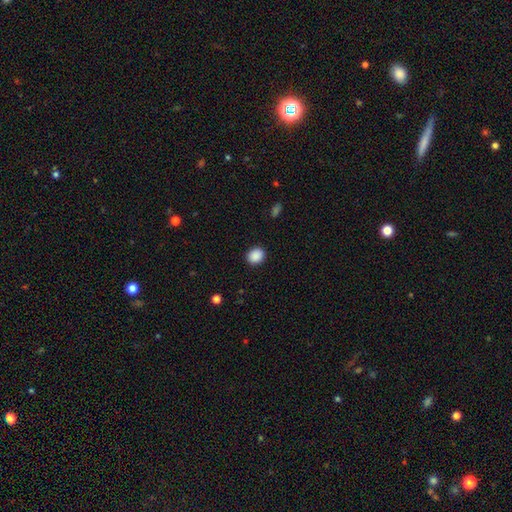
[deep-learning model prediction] smooth-or-featured: smooth: 89% | star or artifact: 8% | featured or disk: 2%
  how-rounded: round: 70% | in between: 30% | cigar-shaped: 1%
  merging: none: 91% | minor disturbance: 6% | major disturbance: 2% | merger: 1%